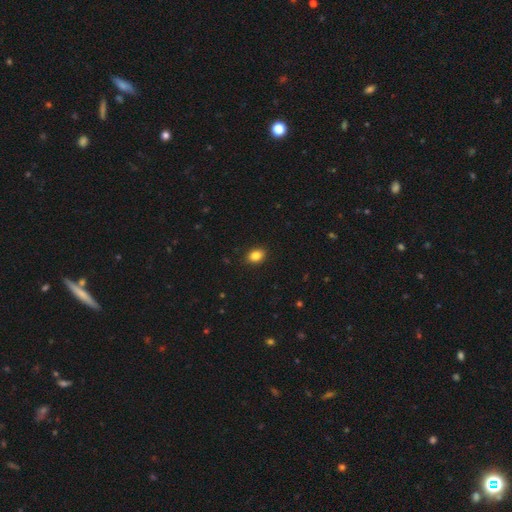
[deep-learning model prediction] A smooth galaxy with no disk features (86%) that is in between round and cigar-shaped (67%).

Vote fractions:
- Smooth or featured? smooth: 86% / star or artifact: 10% / featured or disk: 5%
- How rounded? in between: 67% / round: 32% / cigar-shaped: 1%
- Merging? none: 90% / minor disturbance: 7% / major disturbance: 2% / merger: 1%